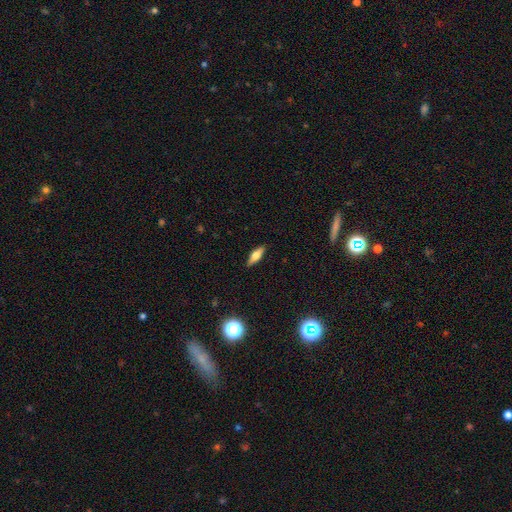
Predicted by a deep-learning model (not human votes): smooth_or_featured: smooth (p=0.58) [alt: featured or disk p=0.34]
how_rounded: in between (p=0.51) [alt: cigar-shaped p=0.46]
merging: none (p=0.88) [alt: minor disturbance p=0.09]